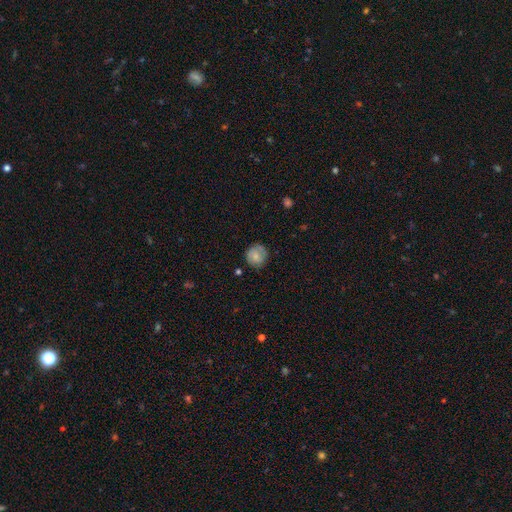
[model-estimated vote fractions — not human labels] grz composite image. It shows a smooth galaxy with no disk features (70%) that is round (89%). Merging: none (75%).